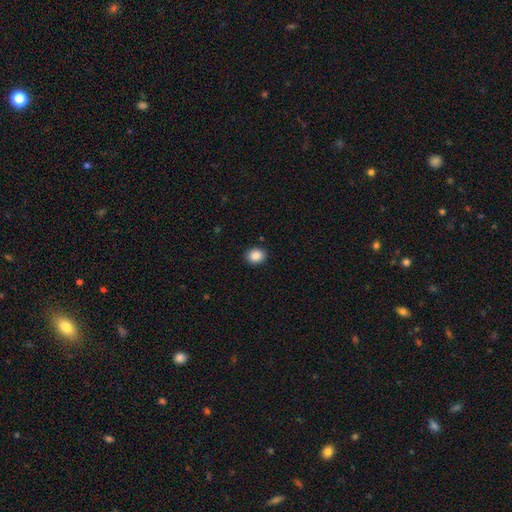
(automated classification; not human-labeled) smooth-or-featured: smooth: 88% | star or artifact: 9% | featured or disk: 3%
  how-rounded: round: 57% | in between: 42% | cigar-shaped: 1%
  merging: none: 90% | minor disturbance: 7% | major disturbance: 2% | merger: 1%